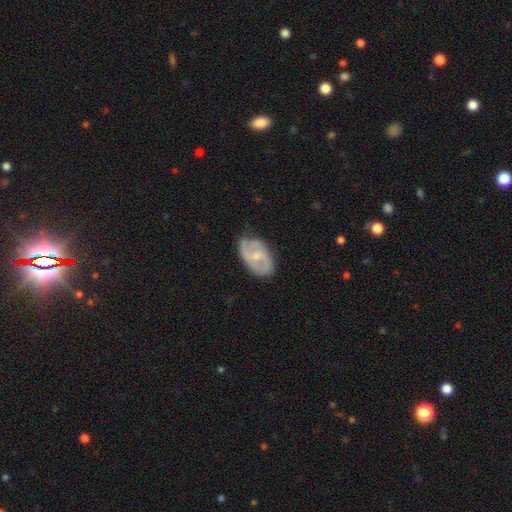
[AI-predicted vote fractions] A featured or disk galaxy (72%) with no bar (51%), 2 (63%) medium (46%) spiral arms (88%) and a small central bulge (60%). Merging: none (66%).